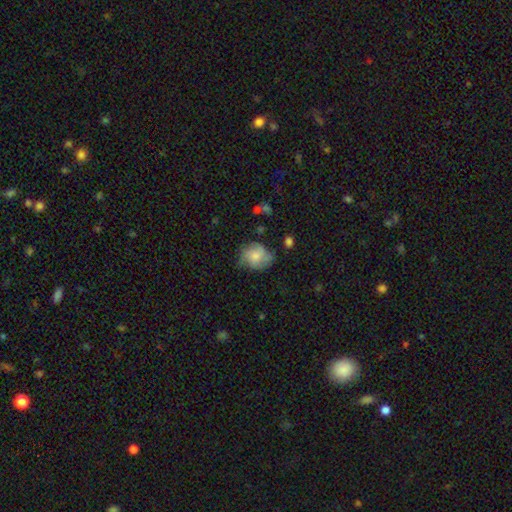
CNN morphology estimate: Smooth or featured?
  - smooth: 54% *
  - featured or disk: 37%
  - star or artifact: 8%
How rounded?
  - round: 60% *
  - in between: 39%
  - cigar-shaped: 1%
Merging?
  - none: 53% *
  - minor disturbance: 30%
  - major disturbance: 14%
  - merger: 2%